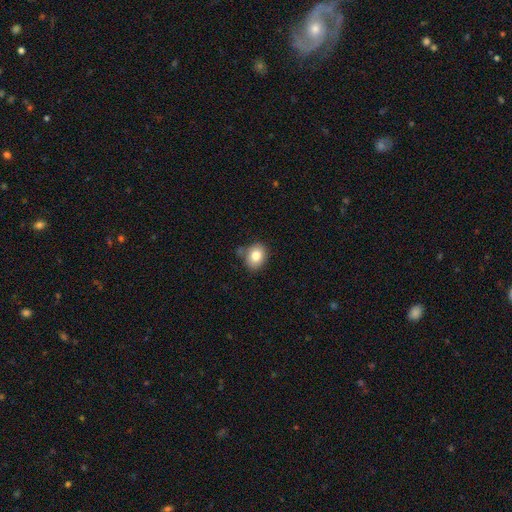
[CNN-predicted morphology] Smooth or featured? smooth (81%)
How rounded? round (55%)
Merging? none (68%)